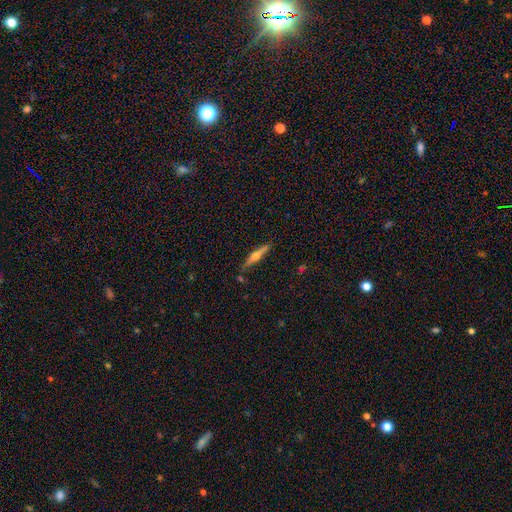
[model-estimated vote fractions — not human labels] This appears to be a featured or disk galaxy (58%) viewed edge-on (96%) with a rounded central bulge (86%). Merging: none (83%).